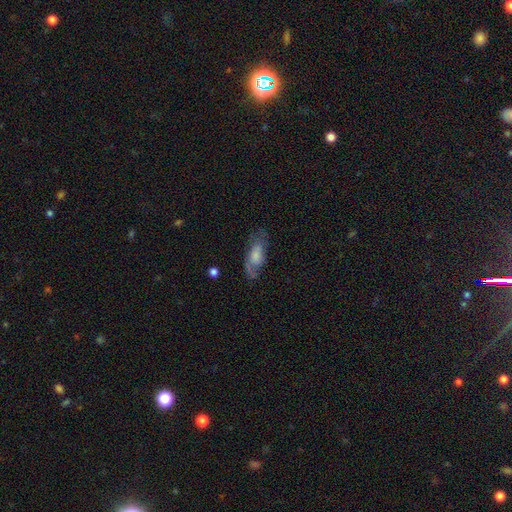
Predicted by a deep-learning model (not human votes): Smooth or featured? Predicted: smooth (p=0.46, tied with featured or disk). Merging? Predicted: none (p=0.57).